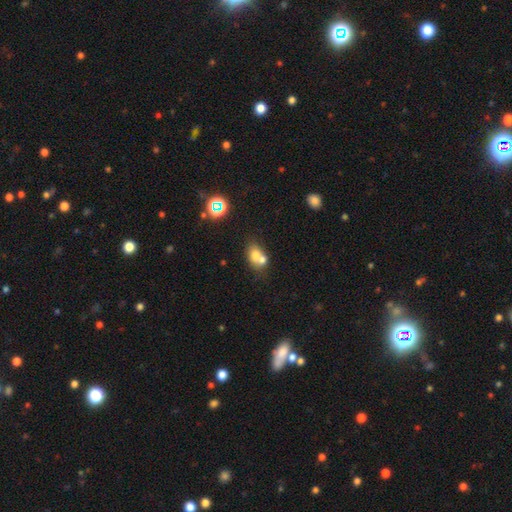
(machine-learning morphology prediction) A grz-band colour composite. It shows a smooth galaxy with no disk features (68%) that is in between round and cigar-shaped (61%). Merging: merger (53%).